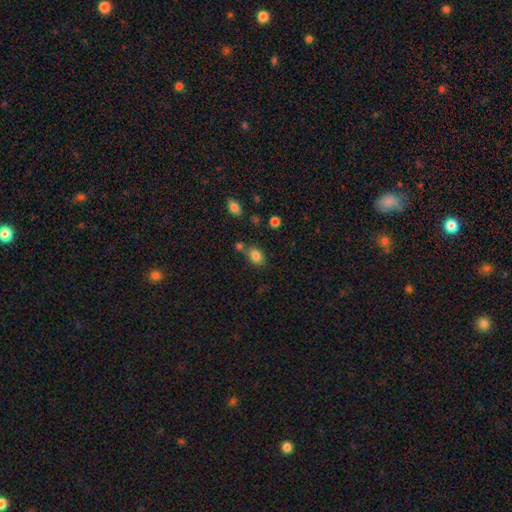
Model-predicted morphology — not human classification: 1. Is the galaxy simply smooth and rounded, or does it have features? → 82% smooth, 11% star or artifact, 7% featured or disk.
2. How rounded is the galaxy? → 68% in between, 30% round, 1% cigar-shaped.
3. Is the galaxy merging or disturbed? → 67% none, 14% merger, 14% minor disturbance, 4% major disturbance.